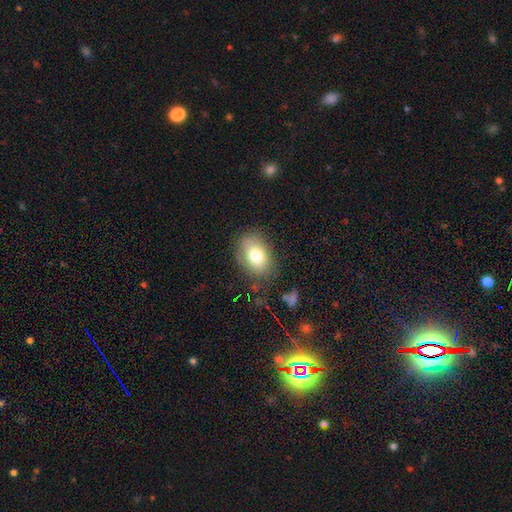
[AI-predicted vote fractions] Smooth or featured?
  - smooth: 77% *
  - featured or disk: 14%
  - star or artifact: 9%
How rounded?
  - in between: 76% *
  - round: 23%
  - cigar-shaped: 1%
Merging?
  - none: 77% *
  - minor disturbance: 15%
  - major disturbance: 5%
  - merger: 2%